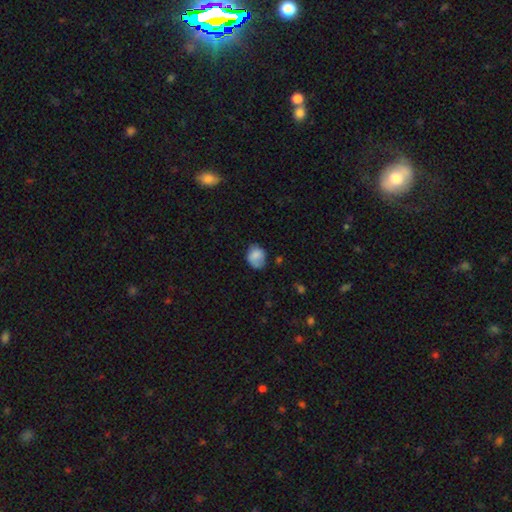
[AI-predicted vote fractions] Smooth or featured? Predicted: smooth (p=0.79). How rounded? Predicted: round (p=0.55). Merging? Predicted: none (p=0.57).